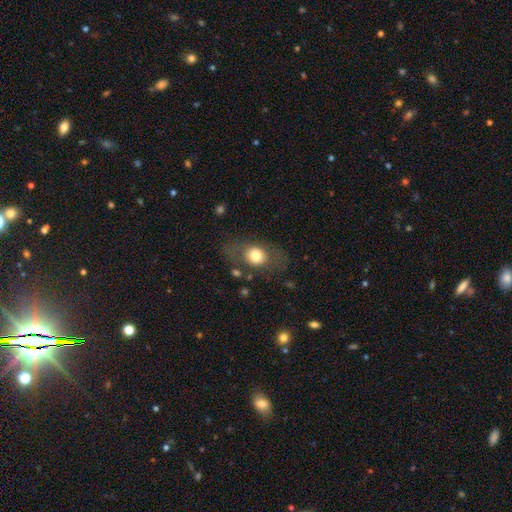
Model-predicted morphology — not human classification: Smooth or featured? Predicted: smooth (p=0.70). How rounded? Predicted: in between (p=0.52). Merging? Predicted: none (p=0.71).